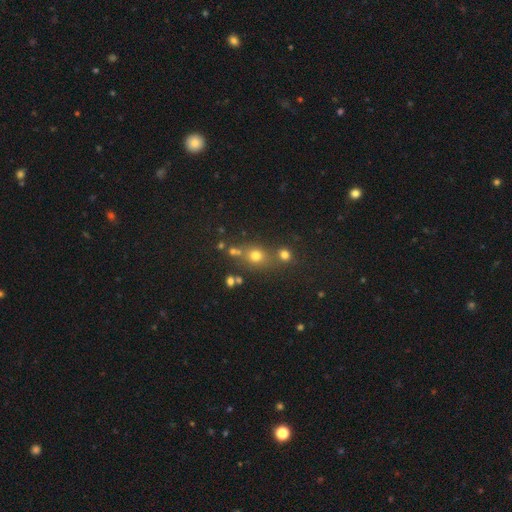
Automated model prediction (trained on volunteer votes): smooth 65%, star or artifact 24%, featured or disk 12%. Down the decision tree: how rounded — round (78%); merging — none (60%).